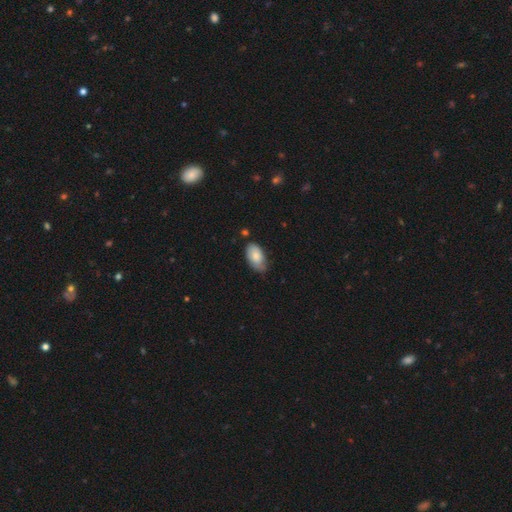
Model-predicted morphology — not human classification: A smooth galaxy with no disk features (75%) that is in between round and cigar-shaped (94%).

Vote fractions:
- Smooth or featured? smooth: 75% / featured or disk: 19% / star or artifact: 6%
- How rounded? in between: 94% / round: 5% / cigar-shaped: 2%
- Merging? none: 56% / minor disturbance: 35% / major disturbance: 6% / merger: 3%